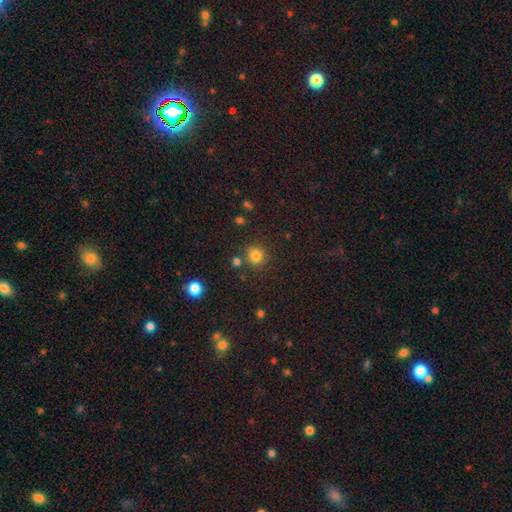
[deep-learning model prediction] This appears to be a smooth galaxy with no disk features (81%) that is round (90%). Merging: none (81%).